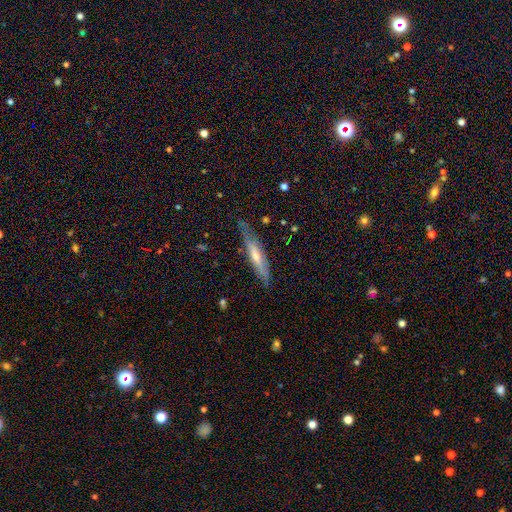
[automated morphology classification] Smooth or featured?
  - featured or disk: 55% *
  - smooth: 39%
  - star or artifact: 6%
Edge-on disk?
  - yes: 74% *
  - no: 26%
Merging?
  - none: 73% *
  - minor disturbance: 20%
  - major disturbance: 5%
  - merger: 2%